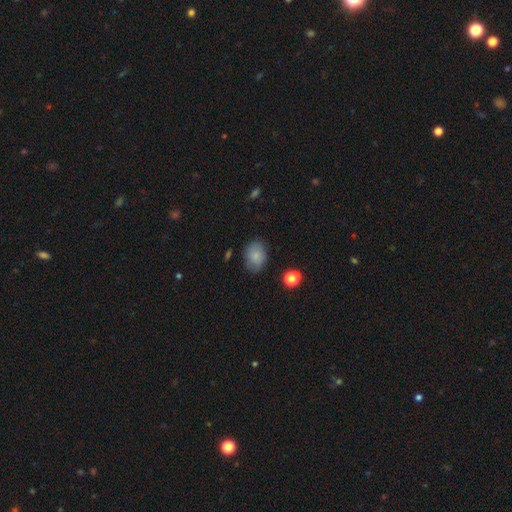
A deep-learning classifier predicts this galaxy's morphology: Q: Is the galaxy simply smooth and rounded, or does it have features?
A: smooth — 81%.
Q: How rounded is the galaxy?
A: in between — 66%.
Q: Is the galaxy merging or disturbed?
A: none — 76%.